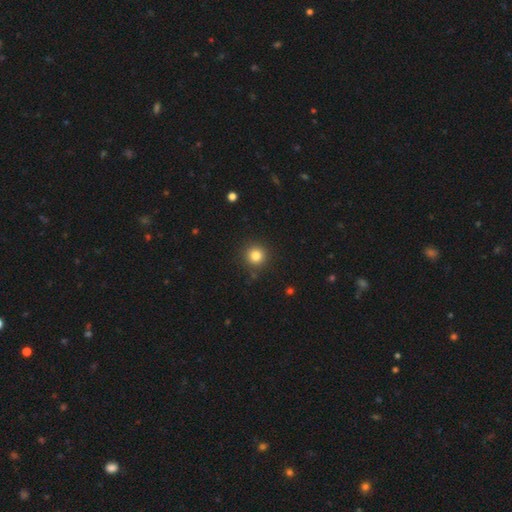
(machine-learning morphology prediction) Overall: smooth (83%). How rounded: round (95%). Merging: none (89%).